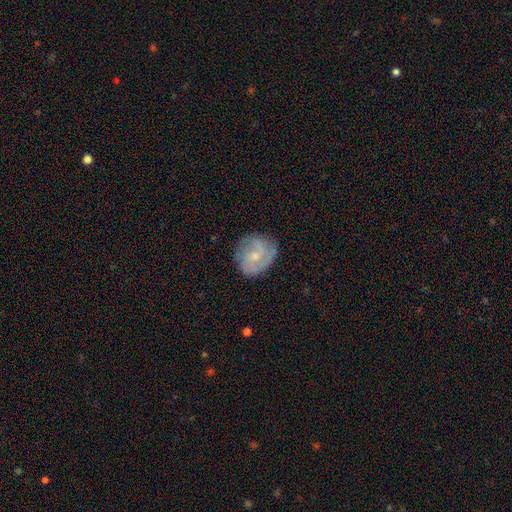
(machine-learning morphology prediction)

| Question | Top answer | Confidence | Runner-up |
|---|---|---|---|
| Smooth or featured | featured or disk | 62% | smooth (31%) |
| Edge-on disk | no | 98% | yes (2%) |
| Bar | no | 62% | weak (34%) |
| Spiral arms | yes | 85% | no (15%) |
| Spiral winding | tight | 43% | medium (40%) |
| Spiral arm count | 2 | 41% | can't tell (29%) |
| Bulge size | small | 54% | moderate (37%) |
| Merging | none | 72% | minor disturbance (20%) |